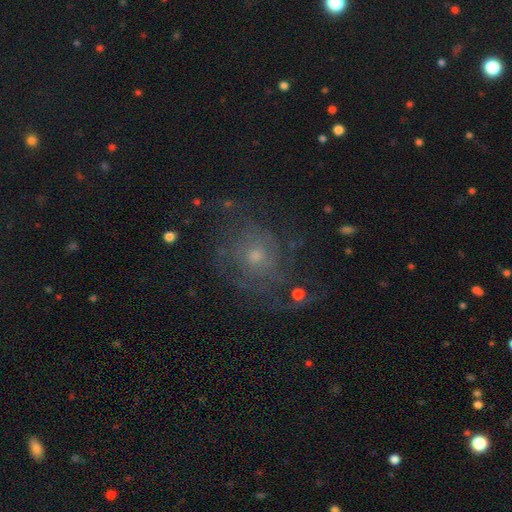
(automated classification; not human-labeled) This appears to be a featured or disk galaxy (47%). Merging: none (71%).